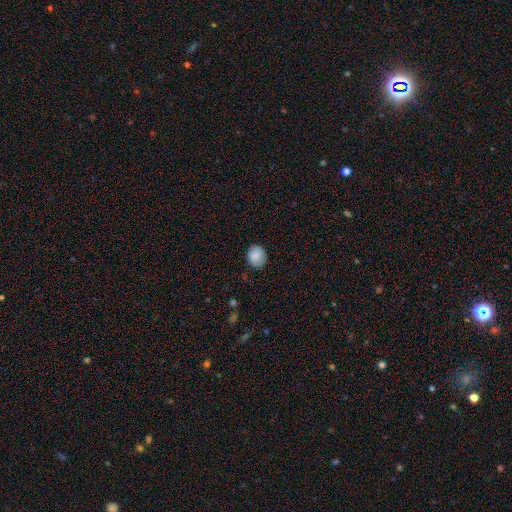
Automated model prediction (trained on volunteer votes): smooth_or_featured: smooth (p=0.87) [alt: star or artifact p=0.08]
how_rounded: round (p=0.64) [alt: in between p=0.35]
merging: none (p=0.82) [alt: minor disturbance p=0.14]